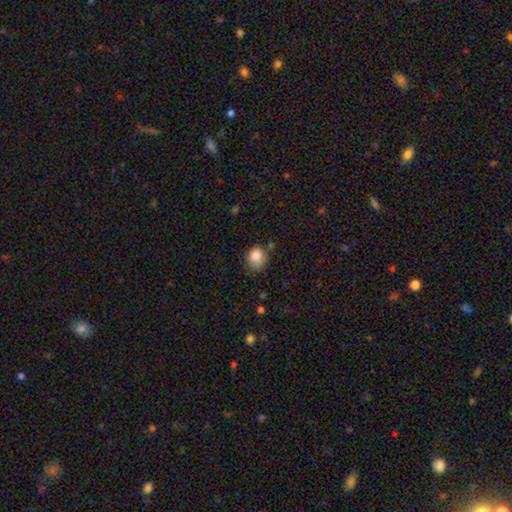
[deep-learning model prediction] smooth_or_featured: smooth (p=0.82) [alt: star or artifact p=0.10]
how_rounded: round (p=0.68) [alt: in between p=0.32]
merging: none (p=0.62) [alt: minor disturbance p=0.28]